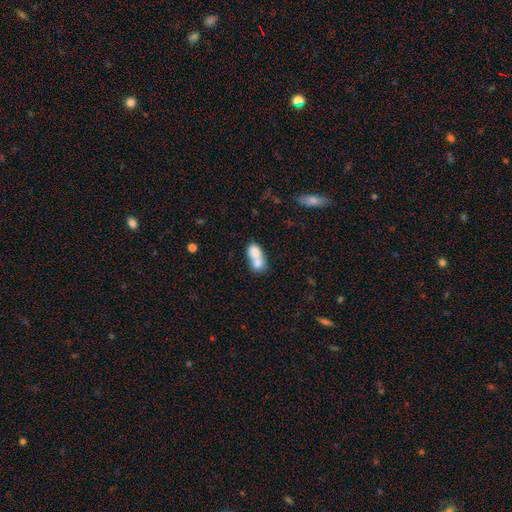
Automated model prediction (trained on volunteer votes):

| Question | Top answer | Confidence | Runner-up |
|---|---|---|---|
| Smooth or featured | smooth | 74% | featured or disk (17%) |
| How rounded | in between | 69% | round (28%) |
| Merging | merger | 72% | none (18%) |